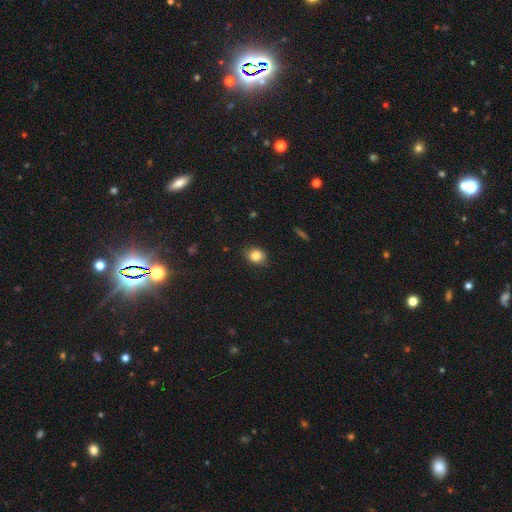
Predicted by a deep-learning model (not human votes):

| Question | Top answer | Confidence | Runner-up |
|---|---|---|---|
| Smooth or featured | smooth | 83% | star or artifact (10%) |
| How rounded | round | 54% | in between (44%) |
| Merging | none | 80% | minor disturbance (16%) |